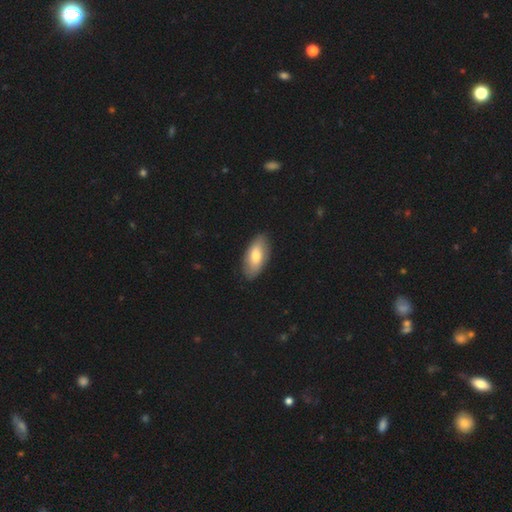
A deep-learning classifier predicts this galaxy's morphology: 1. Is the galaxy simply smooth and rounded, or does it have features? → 73% smooth, 21% featured or disk, 6% star or artifact.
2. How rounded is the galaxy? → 91% in between, 7% cigar-shaped, 2% round.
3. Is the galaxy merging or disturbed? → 84% none, 12% minor disturbance, 2% major disturbance, 1% merger.